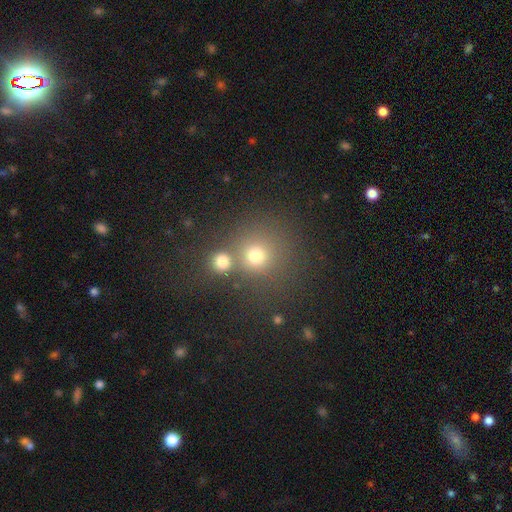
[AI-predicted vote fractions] smooth_or_featured: smooth (p=0.73) [alt: star or artifact p=0.18]
how_rounded: round (p=0.88) [alt: in between p=0.11]
merging: none (p=0.57) [alt: merger p=0.30]